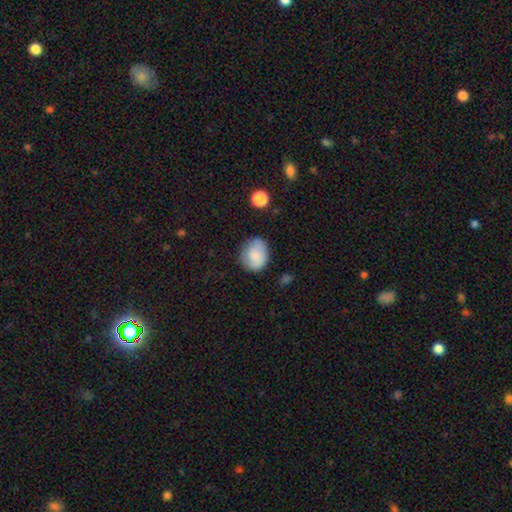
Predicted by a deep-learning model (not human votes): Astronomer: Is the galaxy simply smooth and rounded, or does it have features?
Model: smooth — 81%.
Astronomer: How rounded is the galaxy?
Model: round — 60% (runner-up: in between, 39%).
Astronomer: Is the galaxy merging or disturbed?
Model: none — 70%.